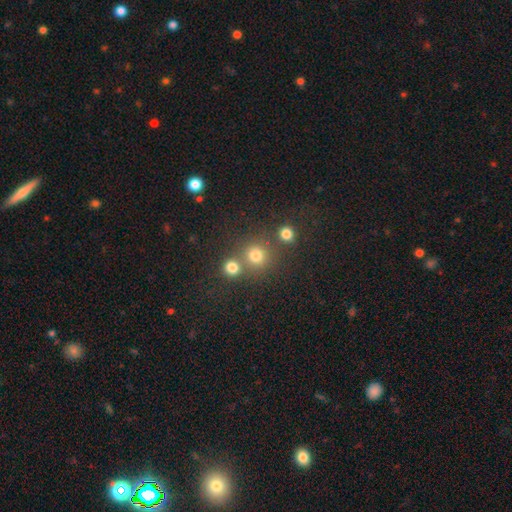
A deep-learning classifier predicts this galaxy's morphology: smooth-or-featured: smooth: 74% | star or artifact: 19% | featured or disk: 7%
  how-rounded: round: 91% | in between: 8% | cigar-shaped: 1%
  merging: none: 66% | merger: 25% | minor disturbance: 7% | major disturbance: 3%